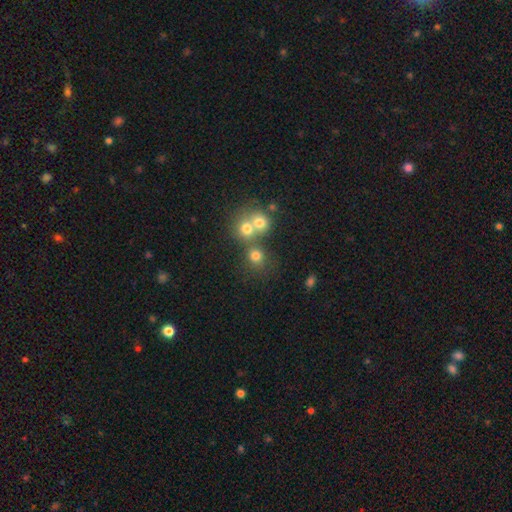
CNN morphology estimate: Smooth or featured? Predicted: smooth (p=0.73). How rounded? Predicted: round (p=0.83). Merging? Predicted: none (p=0.52).